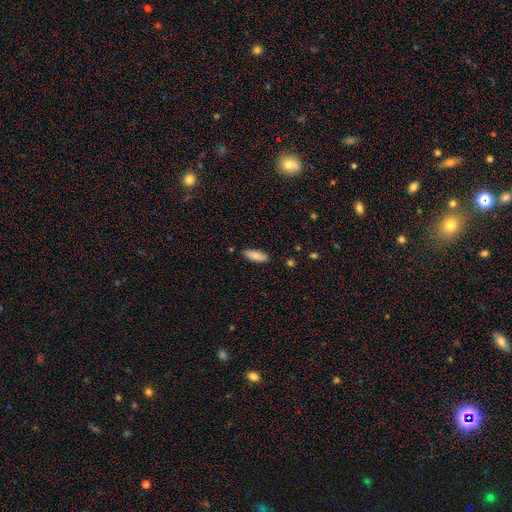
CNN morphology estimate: A smooth galaxy with no disk features (86%) that is in between round and cigar-shaped (59%).

Vote fractions:
- Smooth or featured? smooth: 86% / featured or disk: 8% / star or artifact: 6%
- How rounded? in between: 59% / cigar-shaped: 39% / round: 2%
- Merging? none: 87% / minor disturbance: 10% / major disturbance: 2% / merger: 1%